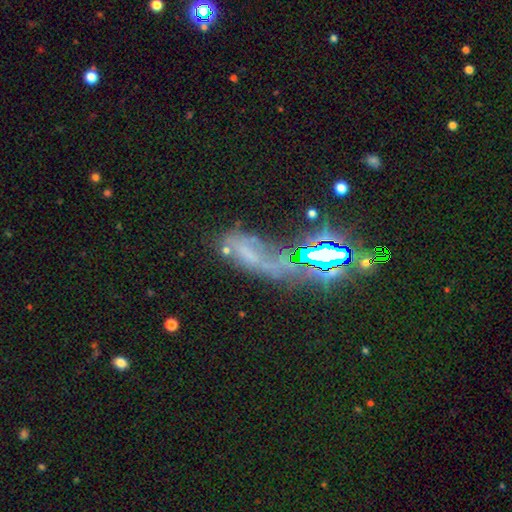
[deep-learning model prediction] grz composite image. It shows a star or artifact, not a galaxy (46%).